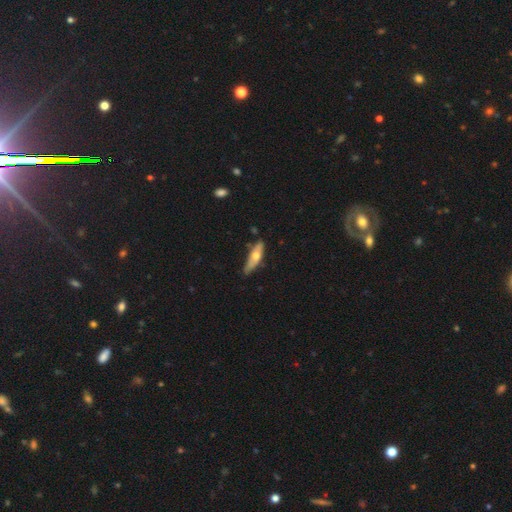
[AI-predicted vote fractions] A smooth galaxy with no disk features (50%). Merging: none (69%).